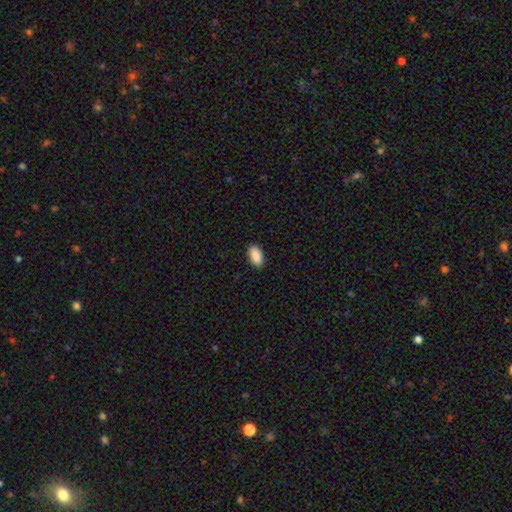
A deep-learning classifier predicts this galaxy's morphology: Smooth or featured? smooth (90%)
How rounded? in between (94%)
Merging? none (90%)